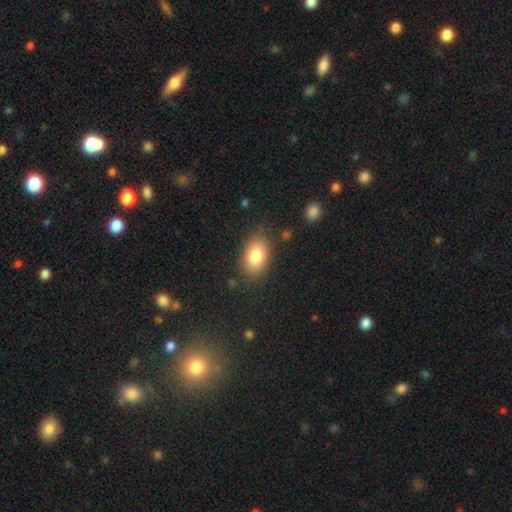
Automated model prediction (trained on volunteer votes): Smooth or featured? Predicted: smooth (p=0.82). How rounded? Predicted: in between (p=0.88). Merging? Predicted: none (p=0.80).